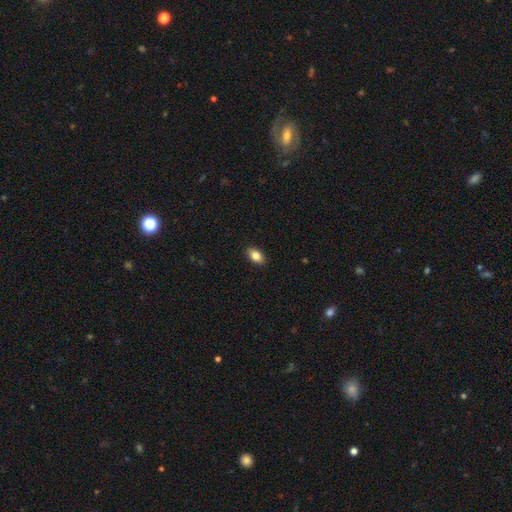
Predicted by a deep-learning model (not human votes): smooth 84%, featured or disk 8%, star or artifact 7%. Down the decision tree: how rounded — in between (90%); merging — none (90%).